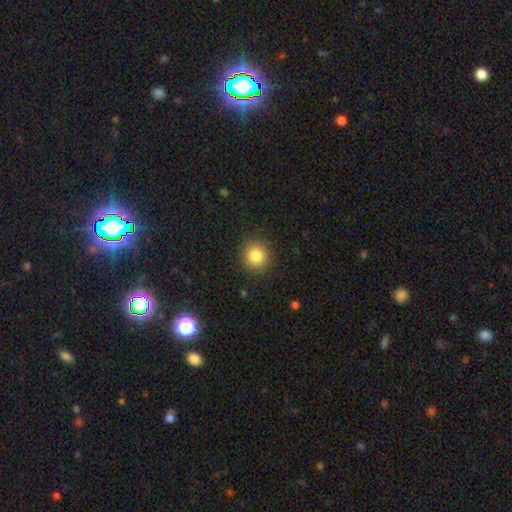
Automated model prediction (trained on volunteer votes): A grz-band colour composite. It shows a smooth galaxy with no disk features (83%) that is round (89%). Merging: none (89%).